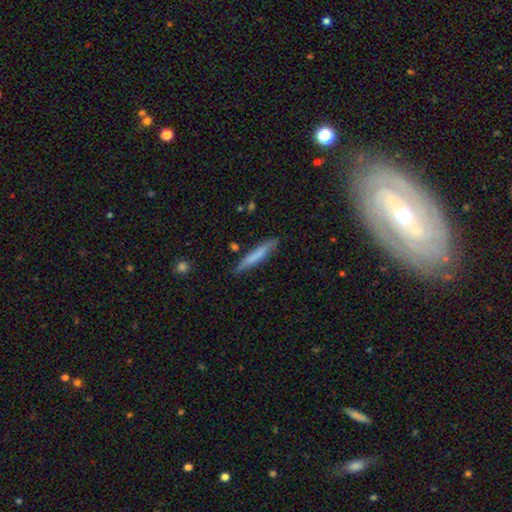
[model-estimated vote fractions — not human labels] Overall: smooth (69%). How rounded: cigar-shaped (93%). Merging: none (82%).